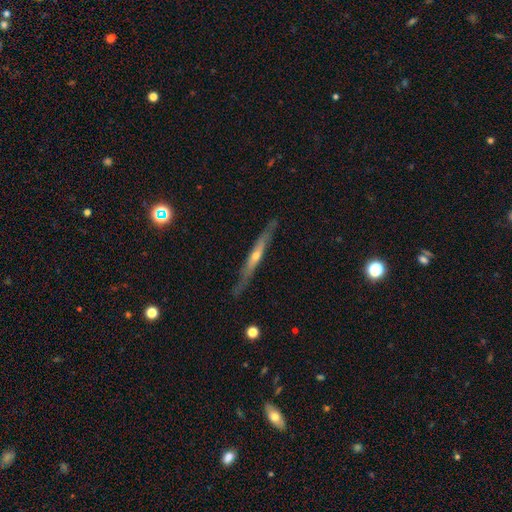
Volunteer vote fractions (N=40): Smooth or featured? 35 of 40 (88%) said featured or disk. Edge-on disk? 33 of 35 (94%) said yes. Edge-on bulge? 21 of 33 (64%) said rounded. Merging? 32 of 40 (80%) said none.